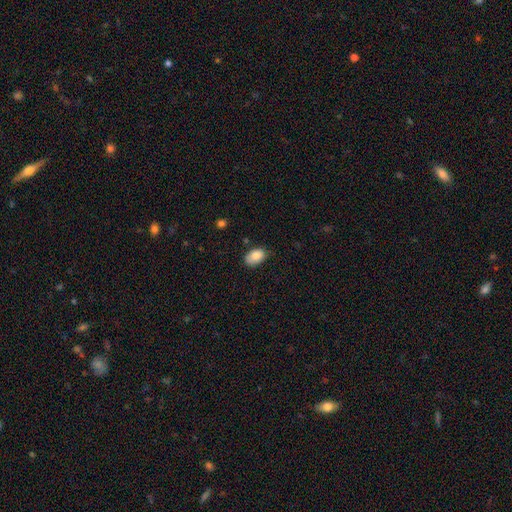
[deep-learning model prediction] Q: Smooth or featured?
A: smooth (86%); runner-up: star or artifact (8%)
Q: How rounded?
A: in between (88%); runner-up: round (11%)
Q: Merging?
A: none (67%); runner-up: minor disturbance (27%)